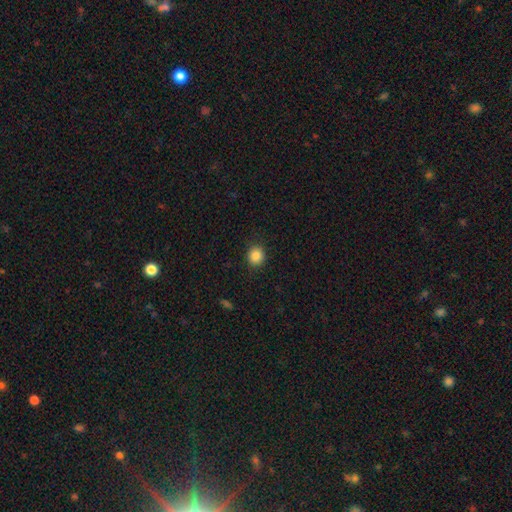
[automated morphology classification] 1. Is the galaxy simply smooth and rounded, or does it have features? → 86% smooth, 10% star or artifact, 4% featured or disk.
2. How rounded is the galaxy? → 83% round, 16% in between, 1% cigar-shaped.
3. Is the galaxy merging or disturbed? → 89% none, 8% minor disturbance, 2% major disturbance, 1% merger.